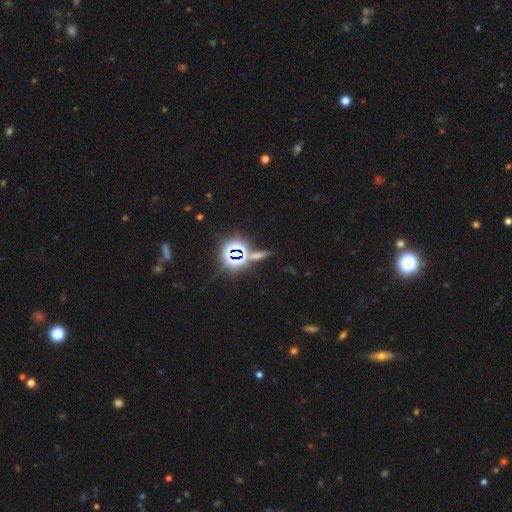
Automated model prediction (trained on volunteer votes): This appears to be a star or artifact, not a galaxy (62%).